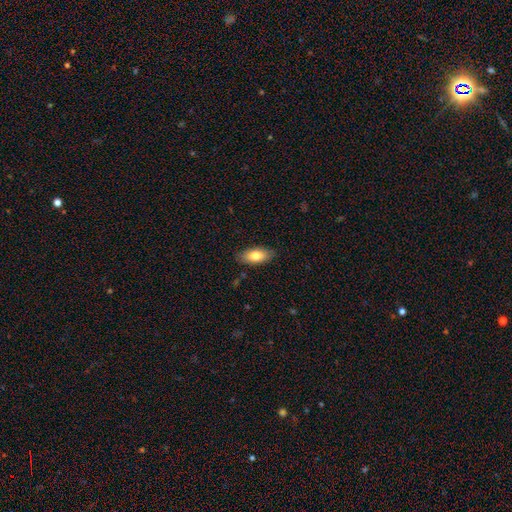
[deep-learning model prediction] Smooth or featured? smooth (79%)
How rounded? in between (88%)
Merging? none (87%)